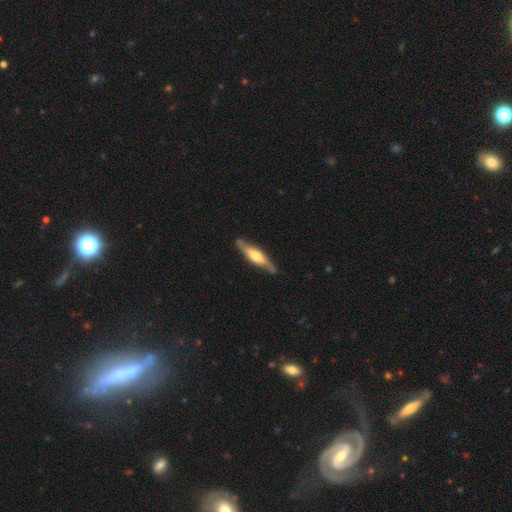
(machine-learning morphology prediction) A featured or disk galaxy (61%) viewed edge-on (84%) with a rounded central bulge (74%). Merging: none (82%).